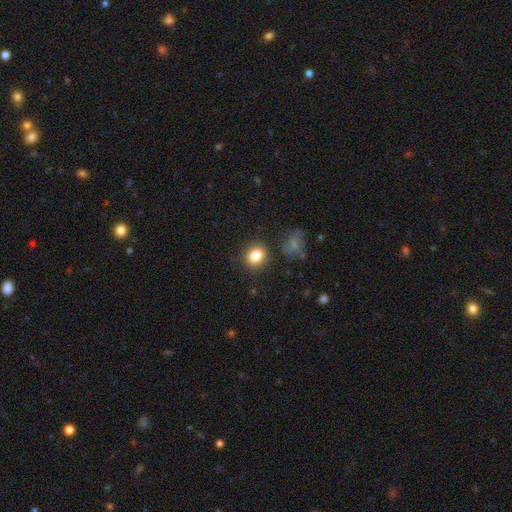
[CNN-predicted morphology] This is clearly a smooth galaxy (83%). How rounded: likely round (60%). Merging: clearly none (86%).